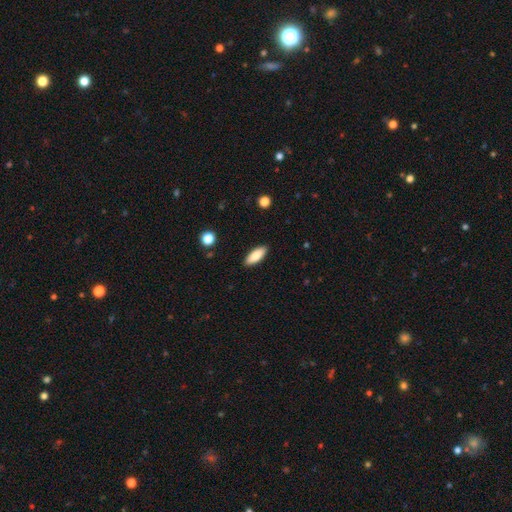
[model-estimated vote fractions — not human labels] Q: Smooth or featured?
A: smooth (84%); runner-up: featured or disk (10%)
Q: How rounded?
A: in between (75%); runner-up: cigar-shaped (23%)
Q: Merging?
A: none (89%); runner-up: minor disturbance (8%)